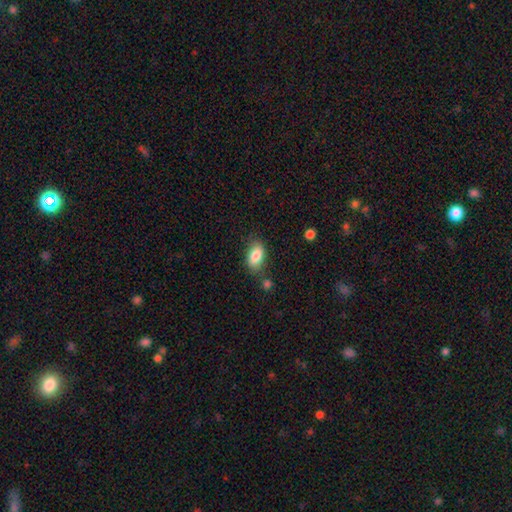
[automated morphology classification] type=smooth (83%); roundness=in between (90%); merging=none (74%).